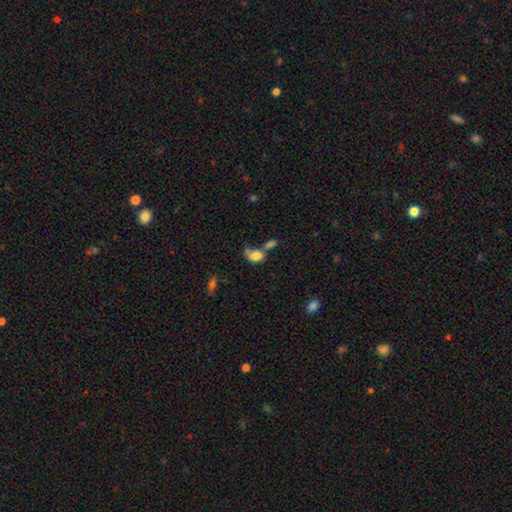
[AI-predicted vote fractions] Smooth or featured? Predicted: smooth (p=0.78). How rounded? Predicted: in between (p=0.79). Merging? Predicted: merger (p=0.43).